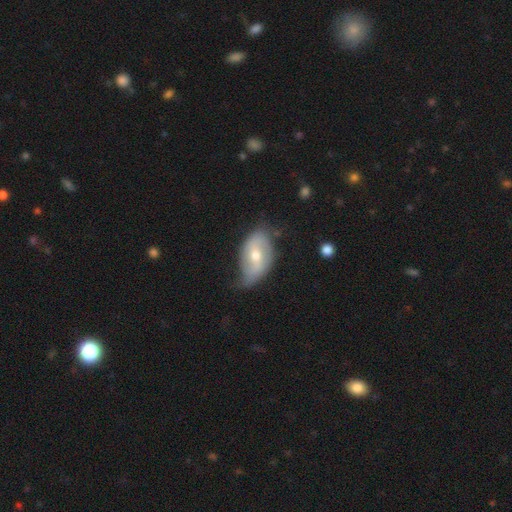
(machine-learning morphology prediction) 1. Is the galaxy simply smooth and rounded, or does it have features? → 55% featured or disk, 39% smooth, 6% star or artifact.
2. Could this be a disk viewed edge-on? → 92% no, 8% yes.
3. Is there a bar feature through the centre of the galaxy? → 44% weak, 33% no, 23% strong.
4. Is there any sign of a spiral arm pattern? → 67% yes, 33% no.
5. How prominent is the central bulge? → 64% moderate, 31% small, 3% large, 1% none, 1% dominant.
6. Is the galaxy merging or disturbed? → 48% none, 38% minor disturbance, 12% major disturbance, 2% merger.